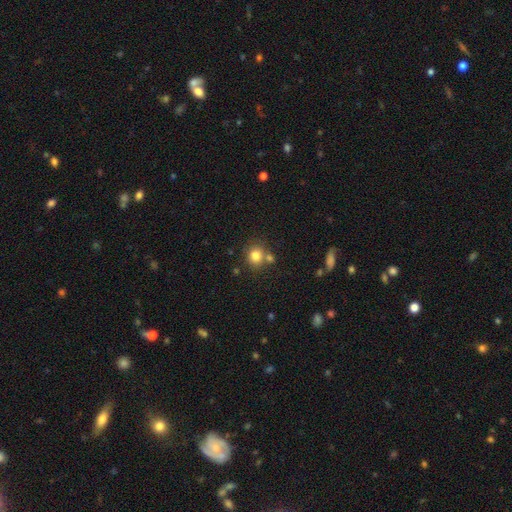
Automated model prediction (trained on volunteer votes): A smooth galaxy with no disk features (81%) that is round (82%).

Vote fractions:
- Smooth or featured? smooth: 81% / star or artifact: 11% / featured or disk: 7%
- How rounded? round: 82% / in between: 17% / cigar-shaped: 1%
- Merging? none: 65% / merger: 21% / minor disturbance: 11% / major disturbance: 4%